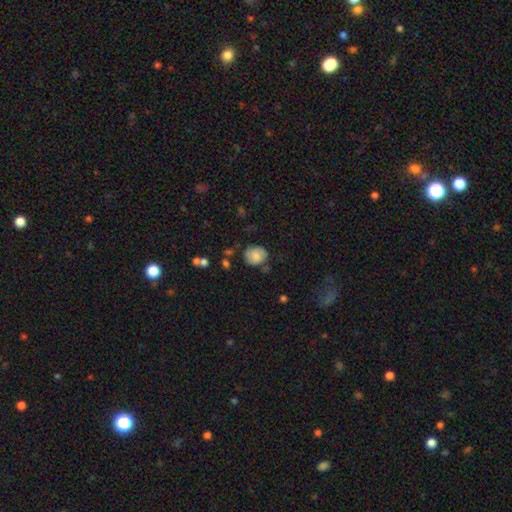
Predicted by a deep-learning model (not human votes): Q: Smooth or featured?
A: smooth (65%); runner-up: featured or disk (26%)
Q: How rounded?
A: round (70%); runner-up: in between (29%)
Q: Merging?
A: none (71%); runner-up: minor disturbance (20%)